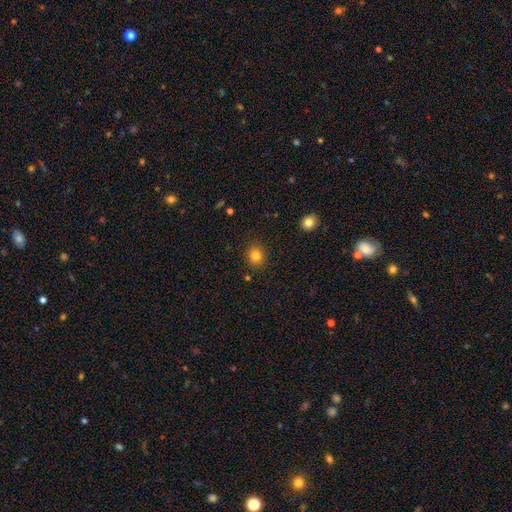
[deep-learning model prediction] Smooth or featured: smooth — 82% (star or artifact — 12%)
How rounded: round — 82% (in between — 17%)
Merging: none — 88% (minor disturbance — 8%)